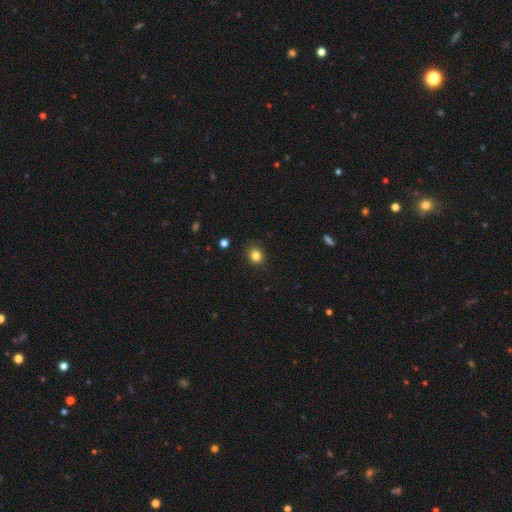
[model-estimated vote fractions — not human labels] Overall: smooth (83%). How rounded: round (79%). Merging: none (87%).